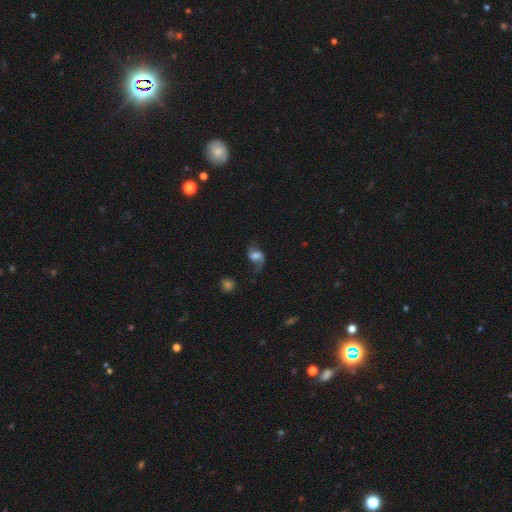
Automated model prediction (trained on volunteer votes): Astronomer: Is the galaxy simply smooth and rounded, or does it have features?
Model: featured or disk — 70%.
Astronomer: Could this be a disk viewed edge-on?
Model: no — 97%.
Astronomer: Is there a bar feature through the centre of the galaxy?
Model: no — 44% (runner-up: weak, 42%).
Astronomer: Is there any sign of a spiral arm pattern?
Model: yes — 93%.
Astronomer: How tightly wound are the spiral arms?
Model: loose — 75%.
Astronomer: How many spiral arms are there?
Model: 2 — 78%.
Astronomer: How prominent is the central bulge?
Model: moderate — 37% (runner-up: large, 28%).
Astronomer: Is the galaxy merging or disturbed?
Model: none — 58%.